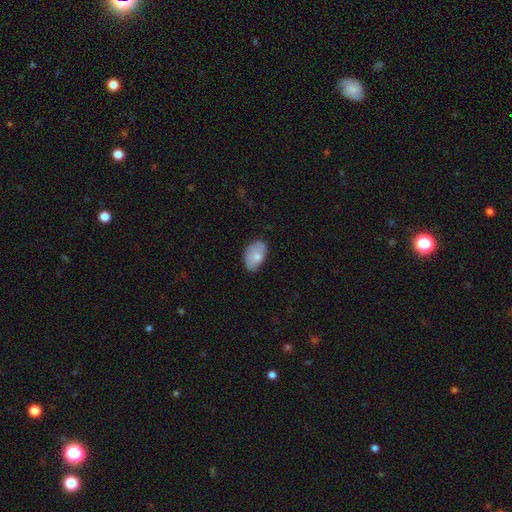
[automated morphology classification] Q: Smooth or featured?
A: smooth (75%); runner-up: featured or disk (18%)
Q: How rounded?
A: in between (90%); runner-up: round (8%)
Q: Merging?
A: none (65%); runner-up: minor disturbance (27%)